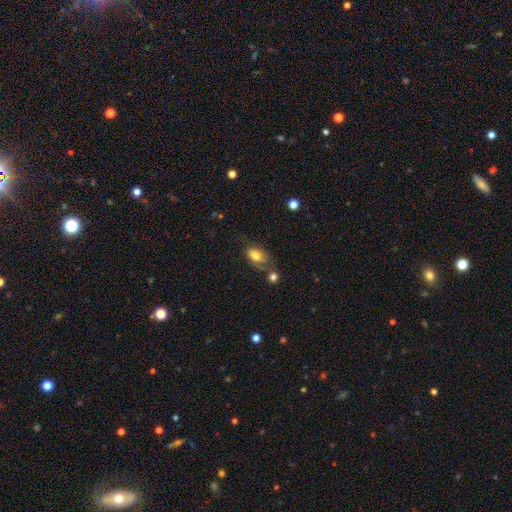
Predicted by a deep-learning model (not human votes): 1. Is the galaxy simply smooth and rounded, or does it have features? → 69% smooth, 22% featured or disk, 9% star or artifact.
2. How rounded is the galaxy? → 84% in between, 14% round, 2% cigar-shaped.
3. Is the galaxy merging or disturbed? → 50% none, 25% minor disturbance, 13% major disturbance, 12% merger.